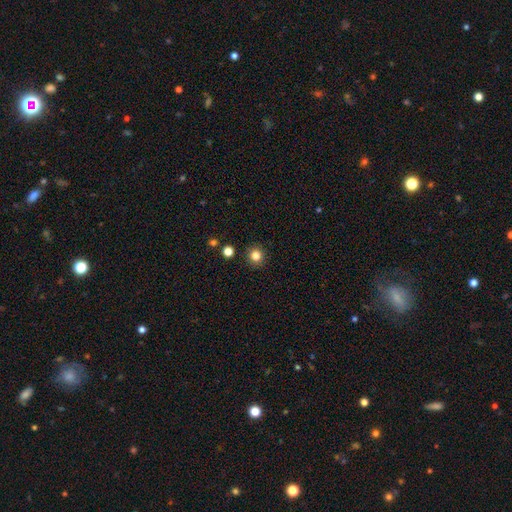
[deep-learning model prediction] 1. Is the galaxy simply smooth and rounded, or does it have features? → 82% smooth, 13% star or artifact, 5% featured or disk.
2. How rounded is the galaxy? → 93% round, 6% in between, 1% cigar-shaped.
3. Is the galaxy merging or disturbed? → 91% none, 5% minor disturbance, 2% merger, 2% major disturbance.